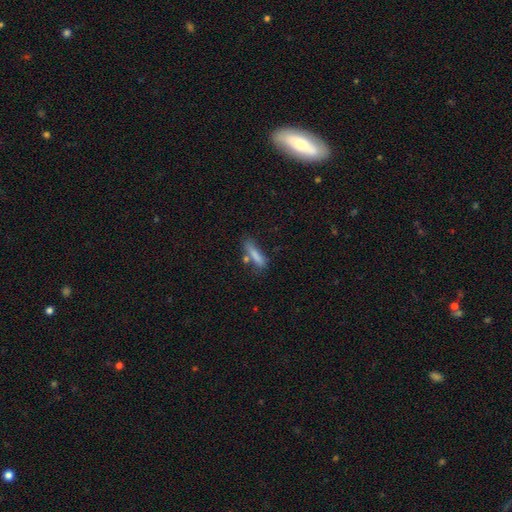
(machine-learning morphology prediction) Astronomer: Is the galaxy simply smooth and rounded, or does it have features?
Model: smooth — 79%.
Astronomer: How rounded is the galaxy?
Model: cigar-shaped — 80%.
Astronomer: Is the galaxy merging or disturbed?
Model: none — 65%.